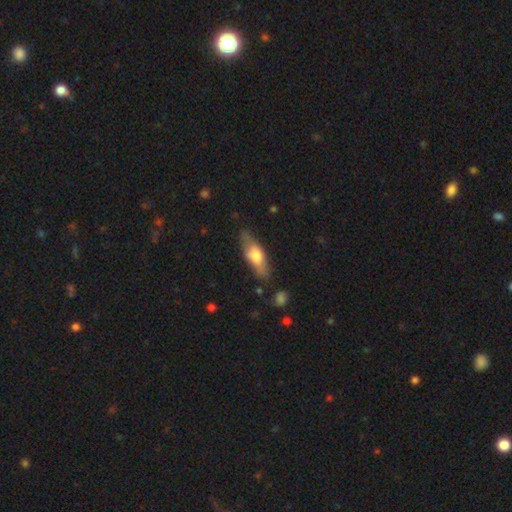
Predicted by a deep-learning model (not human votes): Smooth or featured? smooth (59%)
How rounded? in between (59%)
Merging? none (70%)